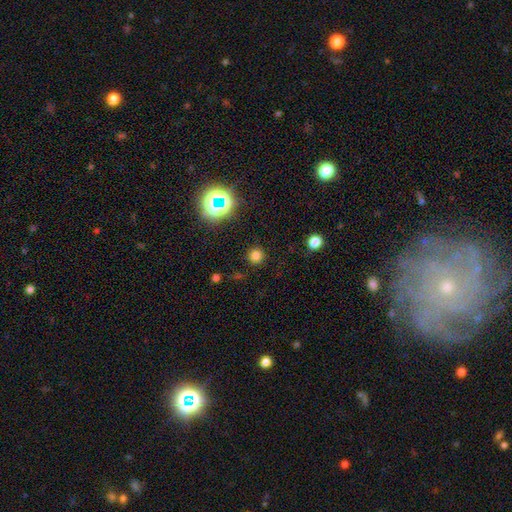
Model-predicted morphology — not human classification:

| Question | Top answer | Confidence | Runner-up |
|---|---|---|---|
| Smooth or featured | smooth | 75% | star or artifact (20%) |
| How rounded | round | 94% | in between (5%) |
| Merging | none | 89% | minor disturbance (6%) |